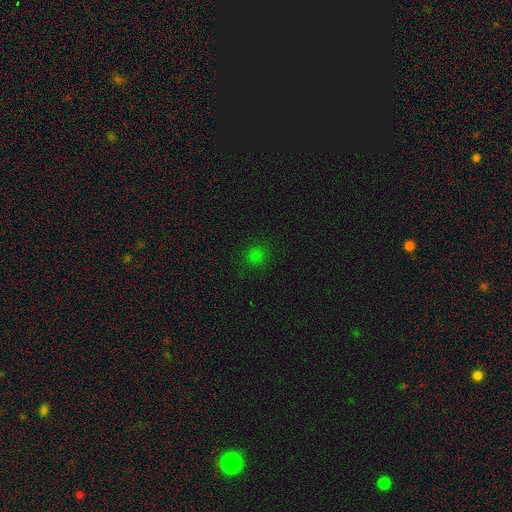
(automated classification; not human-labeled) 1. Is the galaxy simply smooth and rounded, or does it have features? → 67% smooth, 28% star or artifact, 5% featured or disk.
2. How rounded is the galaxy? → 83% round, 15% in between, 1% cigar-shaped.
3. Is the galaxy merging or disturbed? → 87% none, 9% minor disturbance, 3% major disturbance, 1% merger.